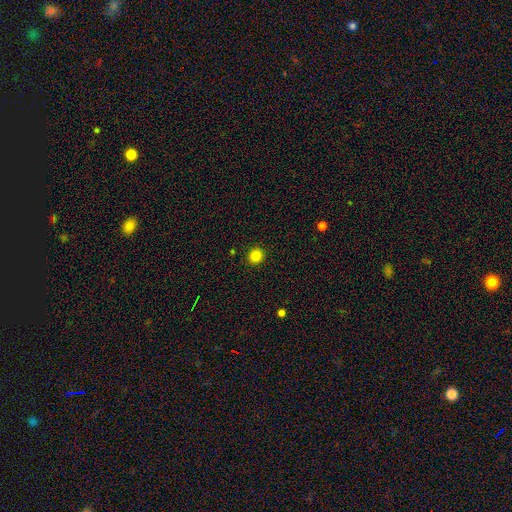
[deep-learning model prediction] smooth_or_featured: smooth (p=0.84) [alt: star or artifact p=0.12]
how_rounded: round (p=0.89) [alt: in between p=0.10]
merging: none (p=0.92) [alt: minor disturbance p=0.05]